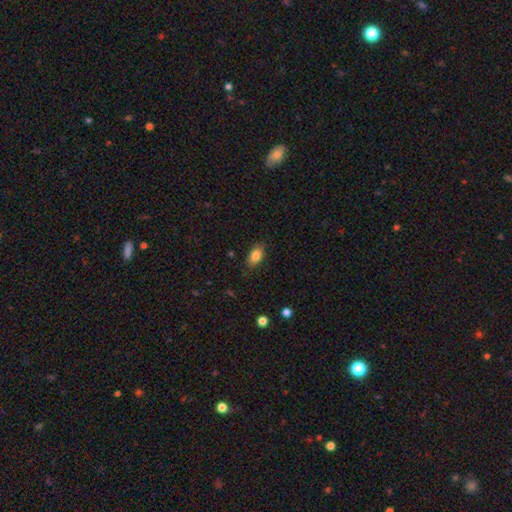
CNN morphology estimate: smooth_or_featured: smooth (p=0.82) [alt: featured or disk p=0.09]
how_rounded: in between (p=0.87) [alt: round p=0.08]
merging: none (p=0.82) [alt: minor disturbance p=0.14]